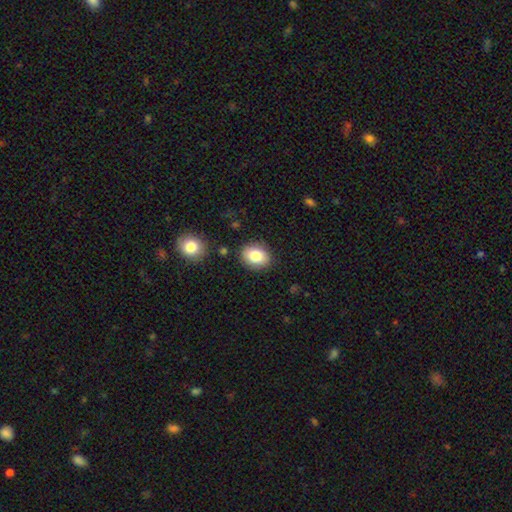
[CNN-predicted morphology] smooth-or-featured: smooth: 82% | featured or disk: 9% | star or artifact: 9%
  how-rounded: in between: 57% | round: 42% | cigar-shaped: 1%
  merging: none: 85% | minor disturbance: 9% | merger: 3% | major disturbance: 3%